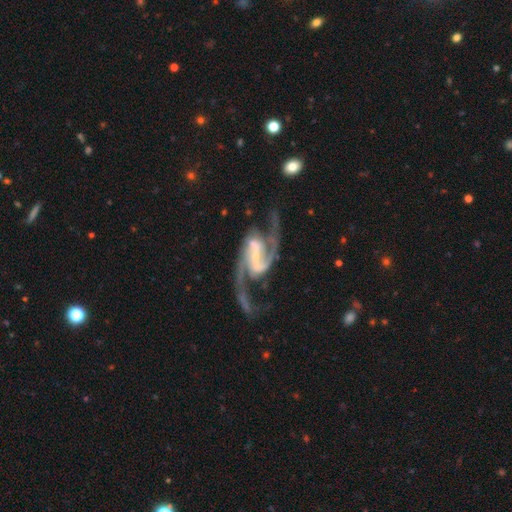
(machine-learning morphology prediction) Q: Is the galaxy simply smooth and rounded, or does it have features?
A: featured or disk — 93%.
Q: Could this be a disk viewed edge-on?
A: no — 98%.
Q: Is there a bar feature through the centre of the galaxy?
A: strong — 51%.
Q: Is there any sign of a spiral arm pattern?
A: yes — 98%.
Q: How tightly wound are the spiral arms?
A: medium — 49%.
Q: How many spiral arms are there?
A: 2 — 93%.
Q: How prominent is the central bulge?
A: small — 60%.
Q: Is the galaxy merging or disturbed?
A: none — 63%.